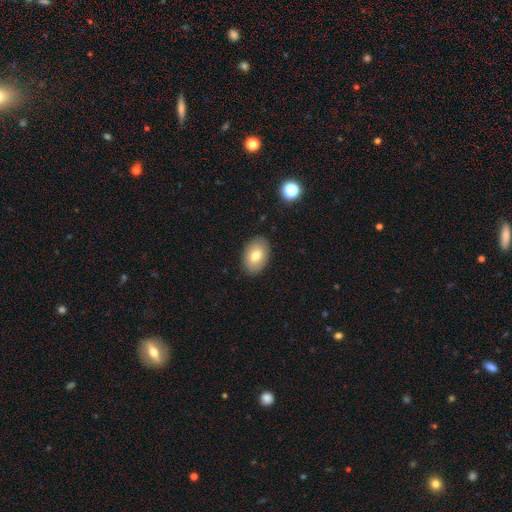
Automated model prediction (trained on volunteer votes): Smooth or featured? smooth (75%)
How rounded? in between (88%)
Merging? none (88%)